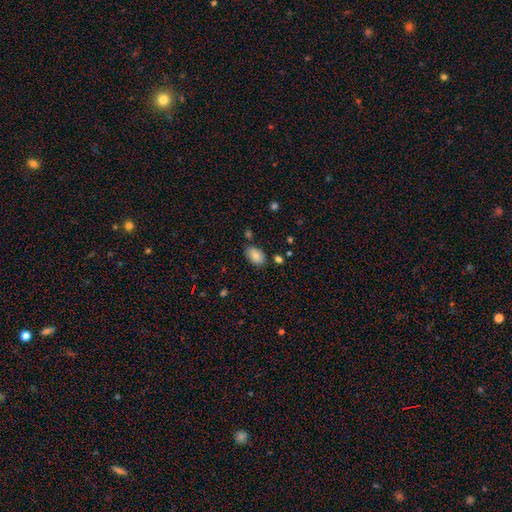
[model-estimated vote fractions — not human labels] A smooth galaxy with no disk features (80%) that is in between round and cigar-shaped (88%). Merging: none (78%).